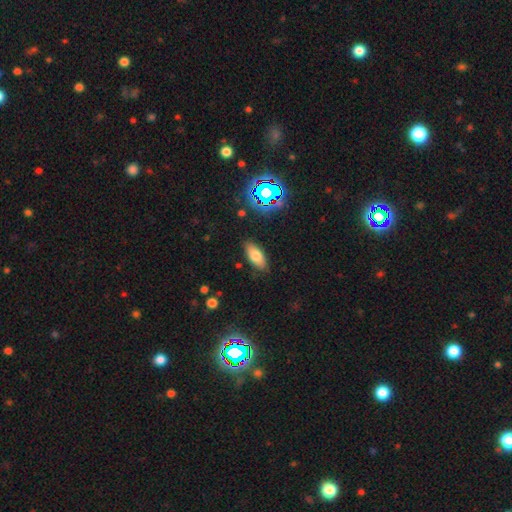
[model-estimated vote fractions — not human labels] Morphology: type=smooth (73%); roundness=in between (82%); merging=none (85%).